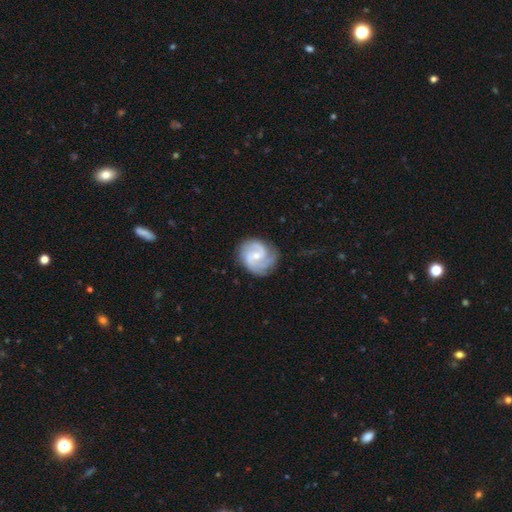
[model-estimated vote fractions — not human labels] The model was most divided on "bar": no: 46%, weak: 44%, strong: 9%. Remaining: edge-on disk — no (98%); spiral arms — yes (97%); smooth or featured — featured or disk (85%); merging — none (75%); spiral arm count — 2 (63%); bulge size — small (59%); spiral winding — medium (50%).